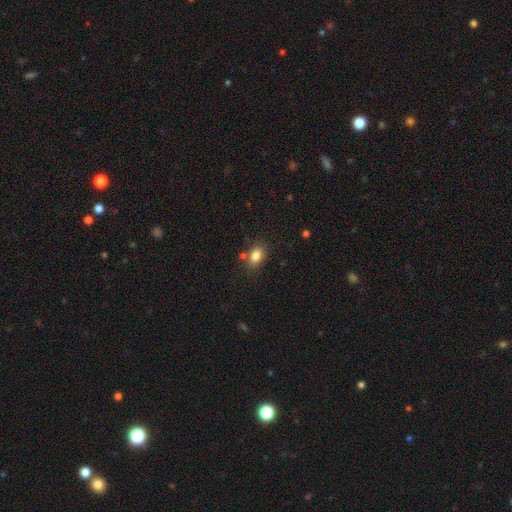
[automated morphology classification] Smooth or featured? Predicted: smooth (p=0.83). How rounded? Predicted: in between (p=0.80). Merging? Predicted: none (p=0.74).